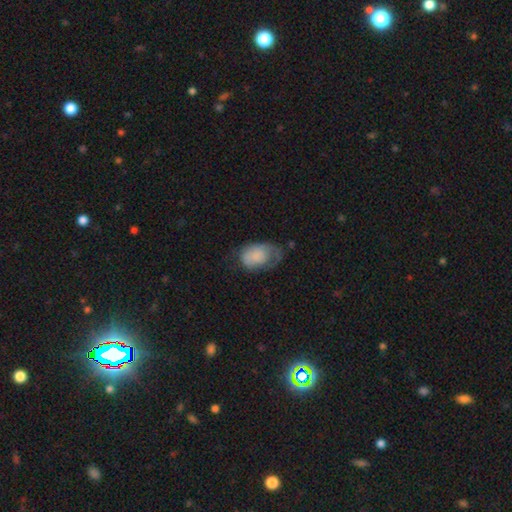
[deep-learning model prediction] smooth 69%, featured or disk 24%, star or artifact 7%. Down the decision tree: how rounded — in between (88%); merging — minor disturbance (34%).